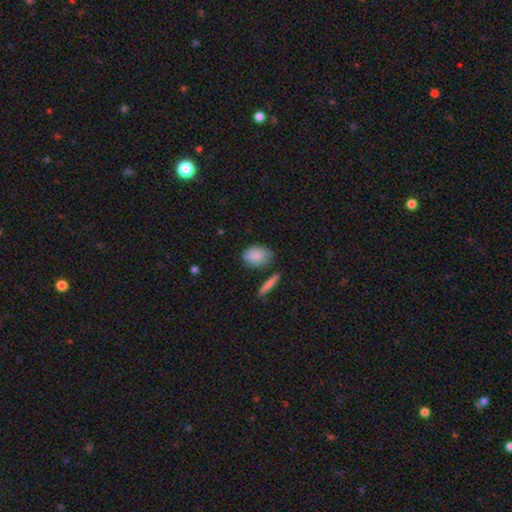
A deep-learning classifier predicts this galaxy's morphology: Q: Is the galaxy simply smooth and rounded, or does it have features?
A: smooth — 83%.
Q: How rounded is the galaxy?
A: in between — 82%.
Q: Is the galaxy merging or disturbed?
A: none — 69%.